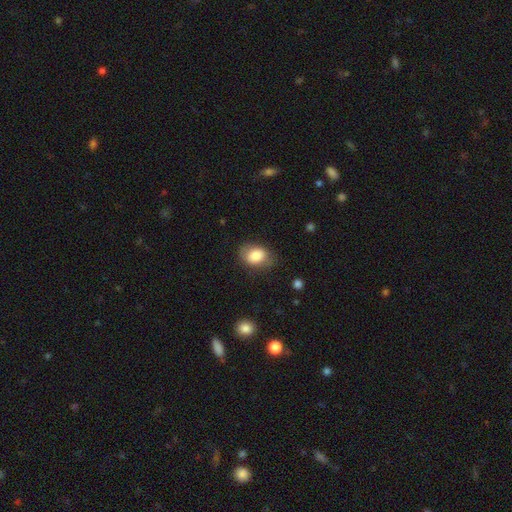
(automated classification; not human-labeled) Smooth or featured? Predicted: smooth (p=0.80). How rounded? Predicted: in between (p=0.73). Merging? Predicted: none (p=0.70).